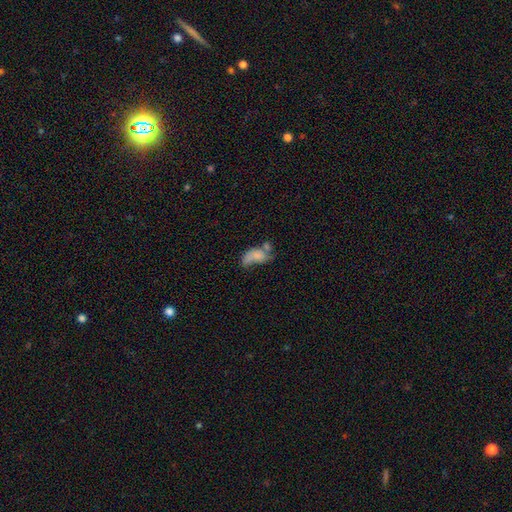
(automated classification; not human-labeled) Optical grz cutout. It shows a smooth galaxy with no disk features (60%) that is in between round and cigar-shaped (87%). Merging: merger (38%).